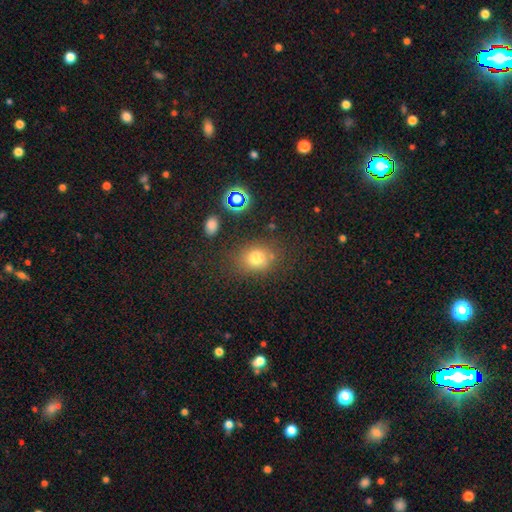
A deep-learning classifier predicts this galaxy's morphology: smooth_or_featured: smooth (p=0.74) [alt: star or artifact p=0.16]
how_rounded: round (p=0.53) [alt: in between p=0.45]
merging: none (p=0.73) [alt: minor disturbance p=0.16]